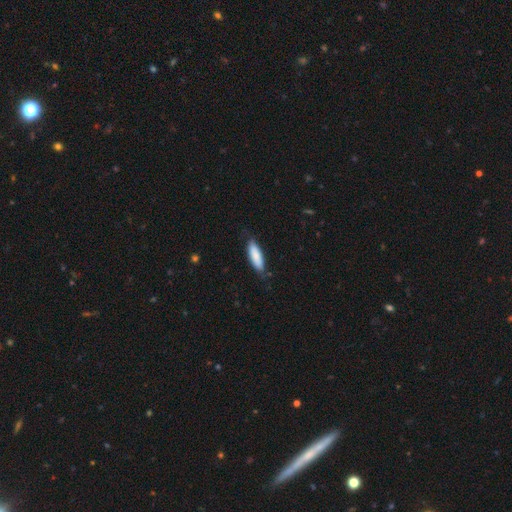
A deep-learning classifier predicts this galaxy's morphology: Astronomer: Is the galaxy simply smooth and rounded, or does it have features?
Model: smooth — 84%.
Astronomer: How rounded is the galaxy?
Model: in between — 52% (runner-up: cigar-shaped, 46%).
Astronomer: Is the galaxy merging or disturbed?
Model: none — 77%.